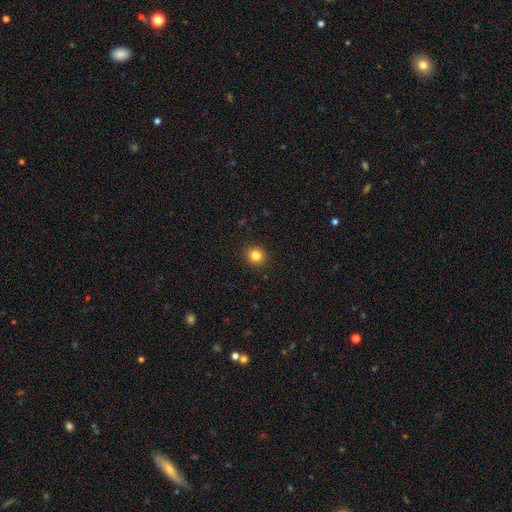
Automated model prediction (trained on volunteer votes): Q: Smooth or featured?
A: smooth (83%); runner-up: star or artifact (12%)
Q: How rounded?
A: round (87%); runner-up: in between (12%)
Q: Merging?
A: none (92%); runner-up: minor disturbance (5%)